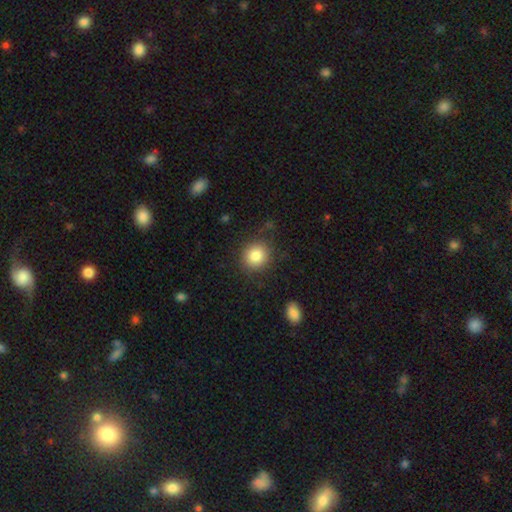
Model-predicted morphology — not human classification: smooth 84%, star or artifact 9%, featured or disk 7%. Down the decision tree: how rounded — round (88%); merging — none (85%).